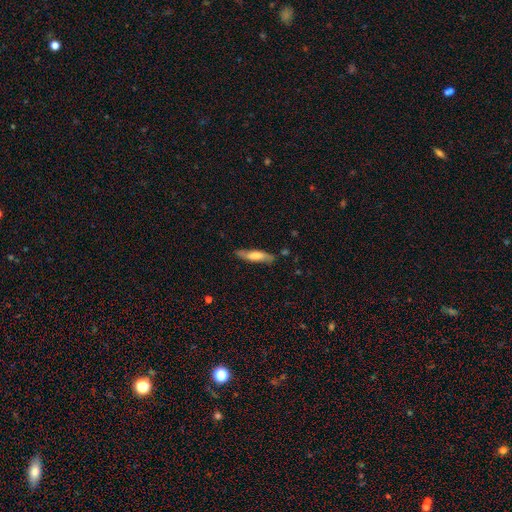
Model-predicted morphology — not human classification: The model was most divided on "smooth or featured": smooth: 59%, featured or disk: 35%, star or artifact: 6%. More confident: merging — none (78%); how rounded — cigar-shaped (75%).